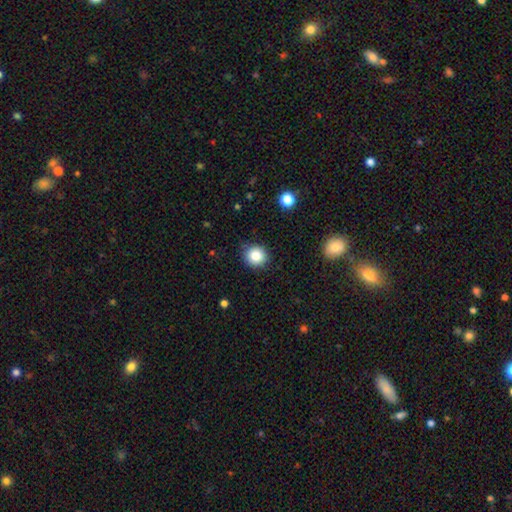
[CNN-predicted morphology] Q: Smooth or featured?
A: smooth (83%); runner-up: star or artifact (11%)
Q: How rounded?
A: round (89%); runner-up: in between (10%)
Q: Merging?
A: none (87%); runner-up: minor disturbance (9%)